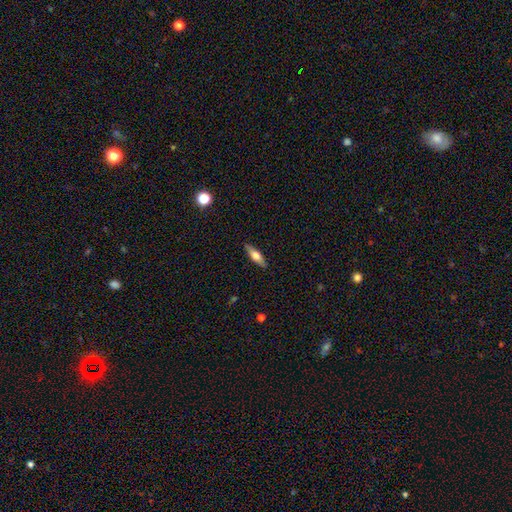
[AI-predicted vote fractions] smooth-or-featured: smooth: 56% | featured or disk: 38% | star or artifact: 6%
  how-rounded: cigar-shaped: 62% | in between: 36% | round: 2%
  merging: none: 89% | minor disturbance: 8% | major disturbance: 2% | merger: 1%